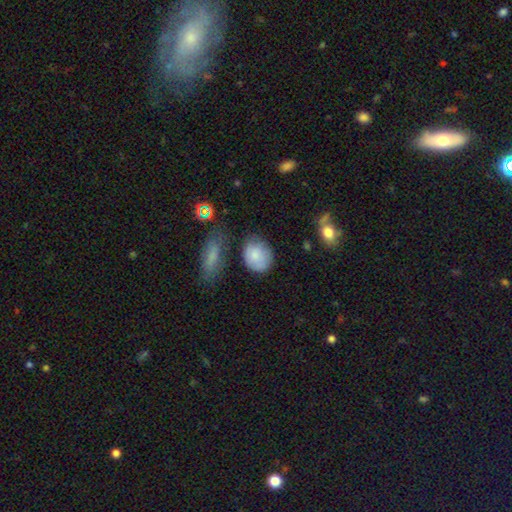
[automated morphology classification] Smooth or featured? smooth (81%)
How rounded? round (51%)
Merging? none (56%)